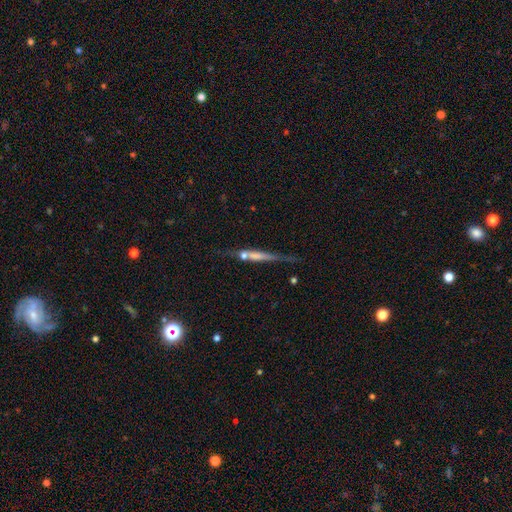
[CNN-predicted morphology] A featured or disk galaxy (55%) viewed edge-on (92%) with a rounded central bulge (40%). Merging: none (58%).